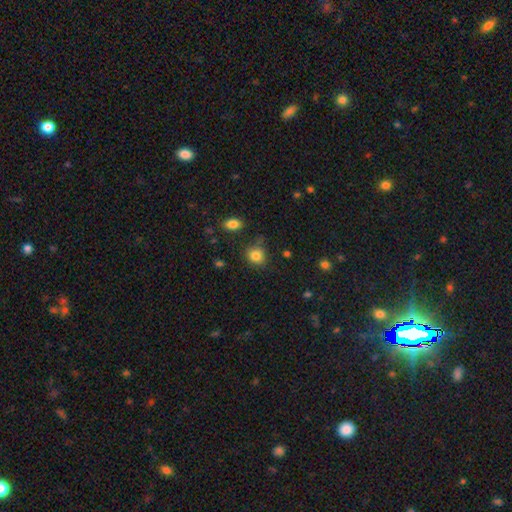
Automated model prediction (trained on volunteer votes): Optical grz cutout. It shows a smooth galaxy with no disk features (83%) that is round (73%). Merging: none (73%).